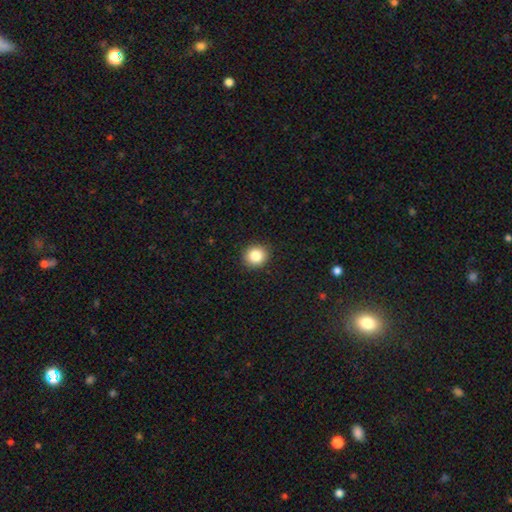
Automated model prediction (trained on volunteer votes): The model was most divided on "how rounded": round: 86%, in between: 13%, cigar-shaped: 1%. More confident: merging — none (91%); smooth or featured — smooth (84%).